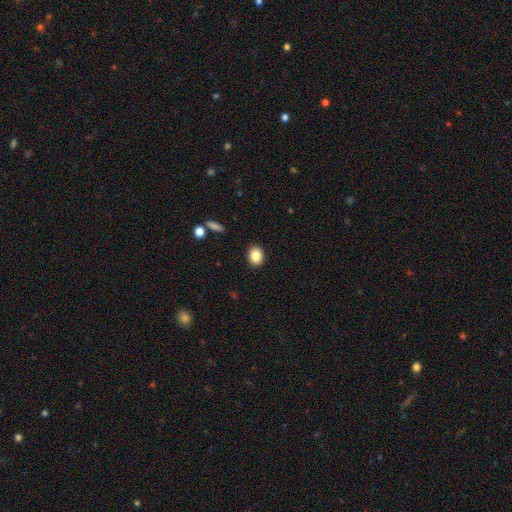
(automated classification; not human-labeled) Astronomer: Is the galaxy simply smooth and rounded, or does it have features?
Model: smooth — 85%.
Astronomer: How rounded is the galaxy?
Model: in between — 50% (runner-up: round, 49%).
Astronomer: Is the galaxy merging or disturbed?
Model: none — 91%.